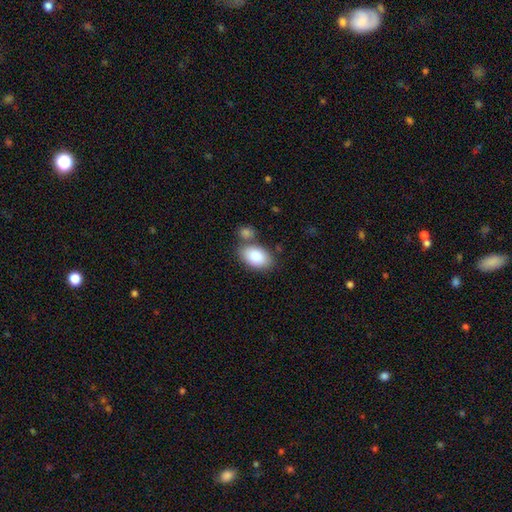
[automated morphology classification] Smooth or featured? smooth (81%)
How rounded? in between (91%)
Merging? none (68%)